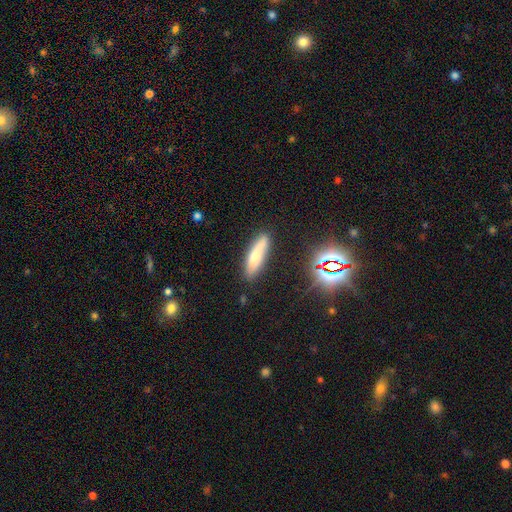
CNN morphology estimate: A smooth galaxy with no disk features (69%) that is cigar-shaped (65%).

Vote fractions:
- Smooth or featured? smooth: 69% / featured or disk: 21% / star or artifact: 10%
- How rounded? cigar-shaped: 65% / in between: 33% / round: 2%
- Merging? none: 81% / minor disturbance: 13% / major disturbance: 3% / merger: 3%